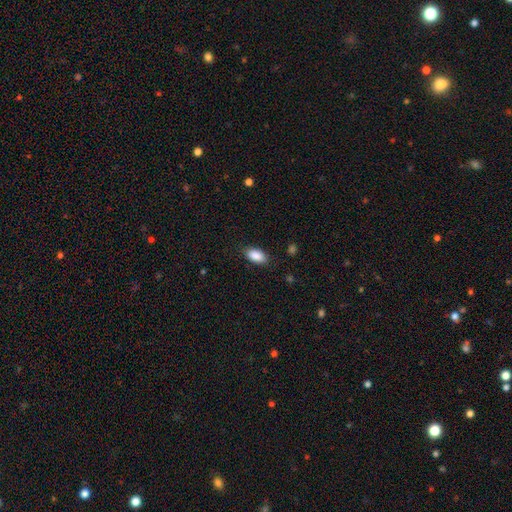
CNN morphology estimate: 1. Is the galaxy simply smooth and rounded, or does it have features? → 89% smooth, 7% star or artifact, 4% featured or disk.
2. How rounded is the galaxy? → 92% in between, 4% round, 4% cigar-shaped.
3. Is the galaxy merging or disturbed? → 85% none, 12% minor disturbance, 3% major disturbance, 1% merger.